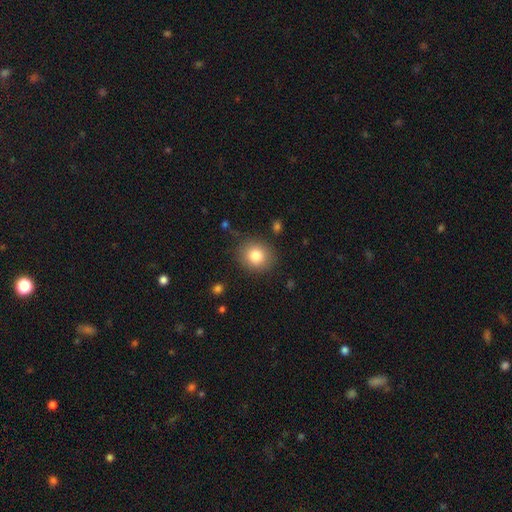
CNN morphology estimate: Smooth or featured?
  - smooth: 82% *
  - star or artifact: 10%
  - featured or disk: 9%
How rounded?
  - round: 79% *
  - in between: 20%
  - cigar-shaped: 1%
Merging?
  - none: 86% *
  - minor disturbance: 9%
  - major disturbance: 3%
  - merger: 2%